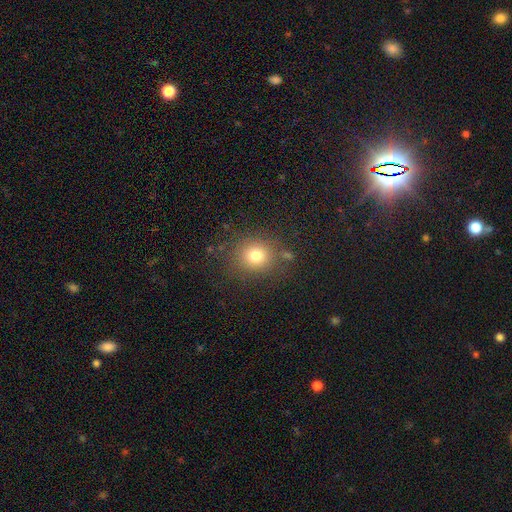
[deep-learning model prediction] Smooth or featured? Predicted: smooth (p=0.77). How rounded? Predicted: round (p=0.82). Merging? Predicted: none (p=0.81).